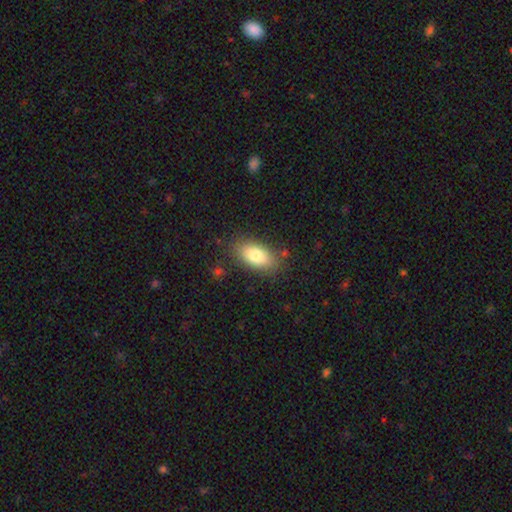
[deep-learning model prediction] Overall: smooth (81%). How rounded: in between (91%). Merging: none (82%).